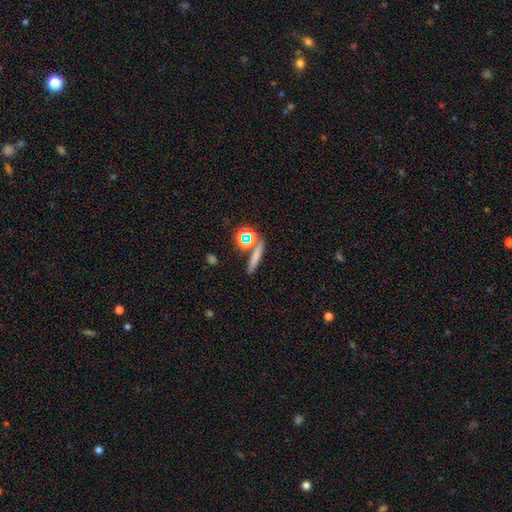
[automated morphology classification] A smooth galaxy with no disk features (67%) that is cigar-shaped (76%). Merging: none (77%).